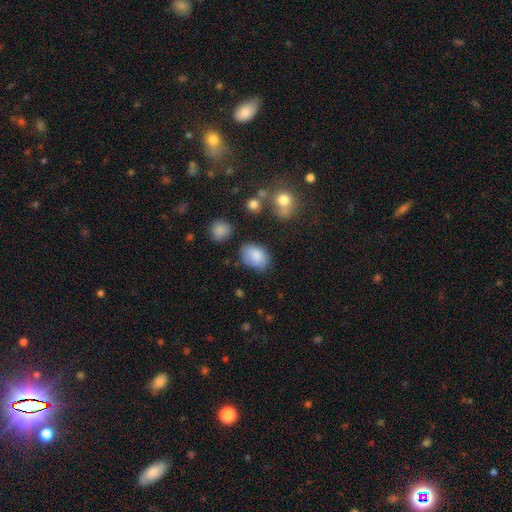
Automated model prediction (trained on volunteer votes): smooth 82%, featured or disk 10%, star or artifact 8%. Down the decision tree: how rounded — in between (78%); merging — none (68%).